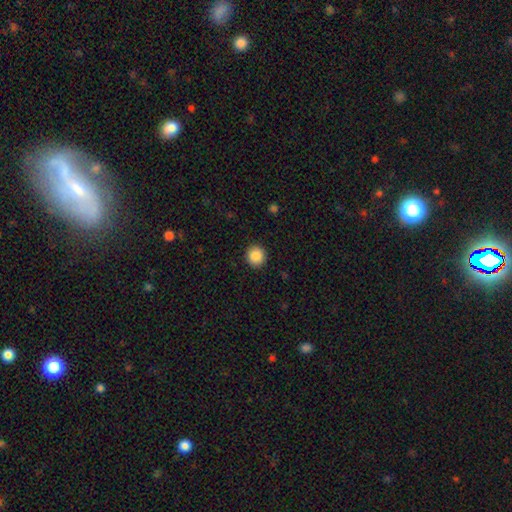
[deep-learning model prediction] This is clearly a smooth galaxy (88%). How rounded: clearly round (91%). Merging: clearly none (92%).